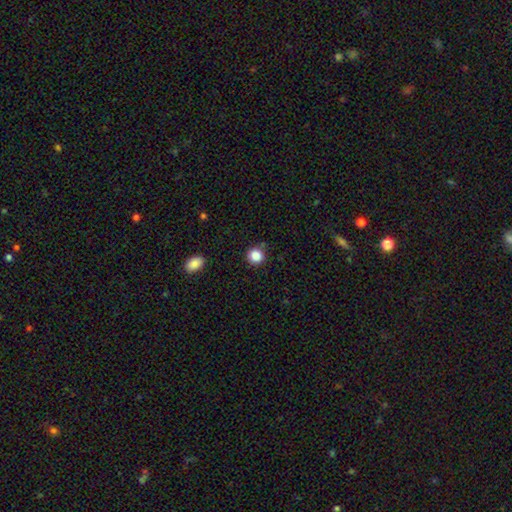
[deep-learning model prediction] smooth 86%, star or artifact 10%, featured or disk 3%. Down the decision tree: how rounded — round (90%); merging — none (86%).